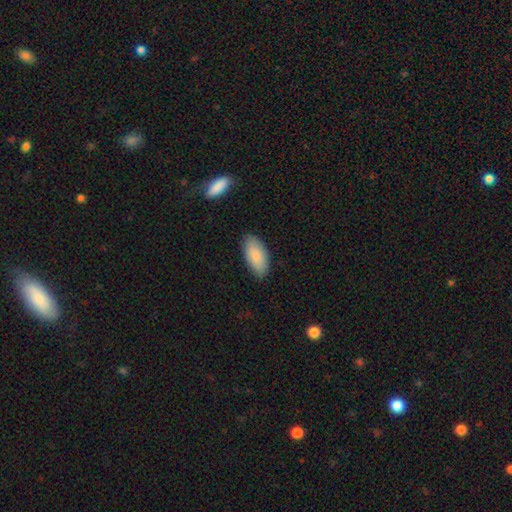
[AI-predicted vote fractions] Q: Smooth or featured?
A: smooth (87%); runner-up: featured or disk (8%)
Q: How rounded?
A: in between (92%); runner-up: cigar-shaped (6%)
Q: Merging?
A: none (85%); runner-up: minor disturbance (11%)